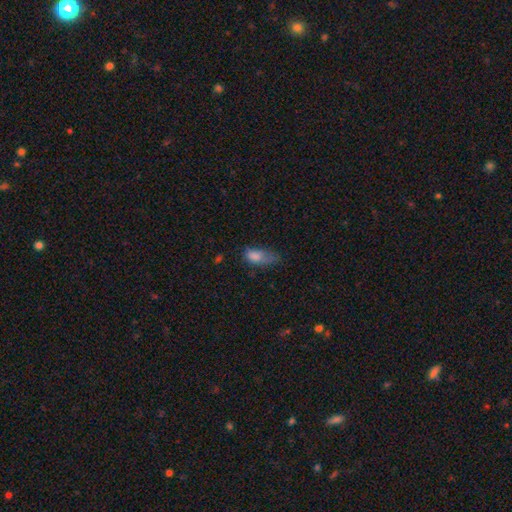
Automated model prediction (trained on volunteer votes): smooth_or_featured: smooth (p=0.77) [alt: featured or disk p=0.12]
how_rounded: in between (p=0.82) [alt: cigar-shaped p=0.13]
merging: minor disturbance (p=0.38) [alt: none p=0.29]